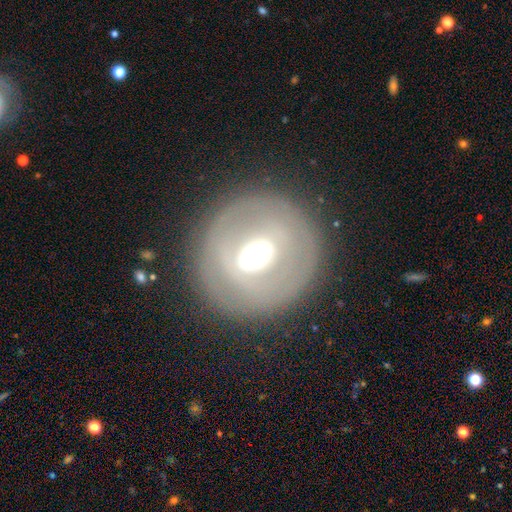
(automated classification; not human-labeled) A featured or disk galaxy (56%) with a weak bar (36%), no spiral arms (77%) and a moderate central bulge (58%).

Vote fractions:
- Smooth or featured? featured or disk: 56% / smooth: 34% / star or artifact: 9%
- Edge-on disk? no: 89% / yes: 11%
- Bar? weak: 36% / no: 34% / strong: 30%
- Spiral arms? no: 77% / yes: 23%
- Bulge size? moderate: 58% / large: 23% / small: 13% / dominant: 5% / none: 1%
- Merging? none: 81% / minor disturbance: 11% / major disturbance: 7% / merger: 2%